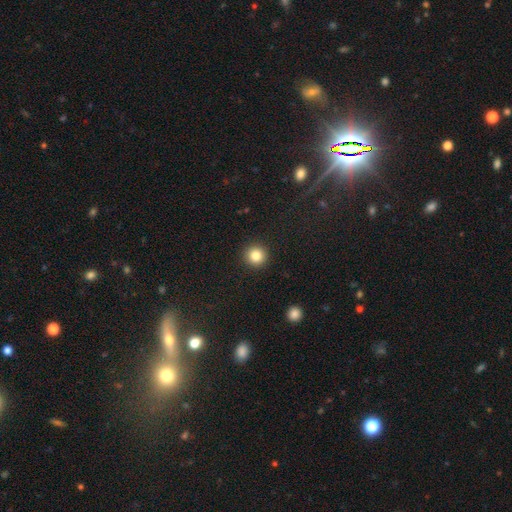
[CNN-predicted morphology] smooth_or_featured: smooth (p=0.84) [alt: star or artifact p=0.11]
how_rounded: round (p=0.95) [alt: in between p=0.04]
merging: none (p=0.93) [alt: minor disturbance p=0.05]